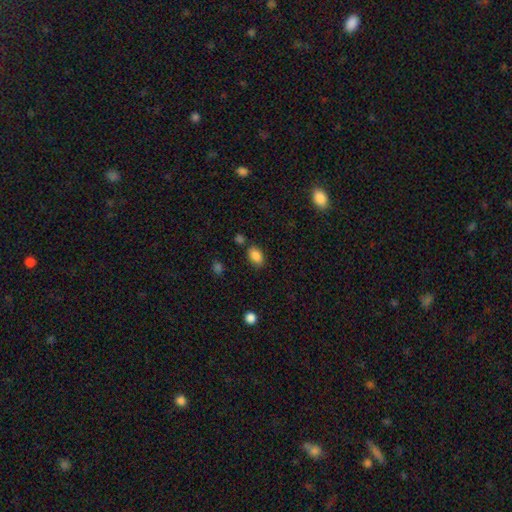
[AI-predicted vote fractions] A smooth galaxy with no disk features (86%) that is in between round and cigar-shaped (87%). Merging: none (78%).